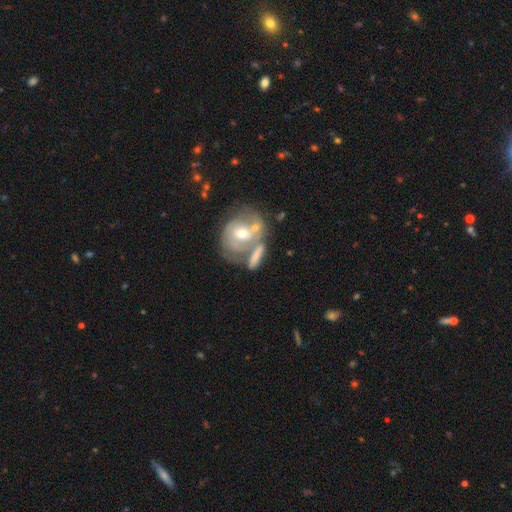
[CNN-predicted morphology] Smooth or featured: smooth — 48% (featured or disk — 44%)
Merging: merger — 44% (none — 33%)